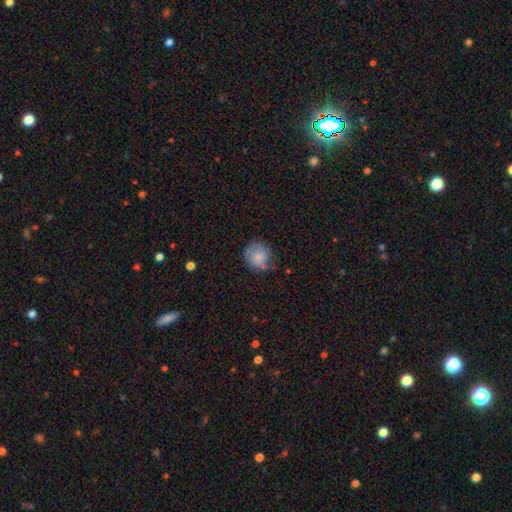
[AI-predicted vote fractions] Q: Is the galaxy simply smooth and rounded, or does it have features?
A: smooth — 78%.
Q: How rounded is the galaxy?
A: round — 87%.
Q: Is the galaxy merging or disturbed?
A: none — 58%.